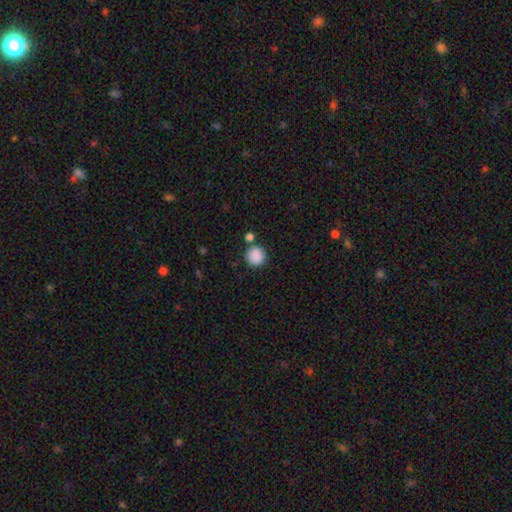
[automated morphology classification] A smooth galaxy with no disk features (88%) that is round (92%). Merging: none (79%).